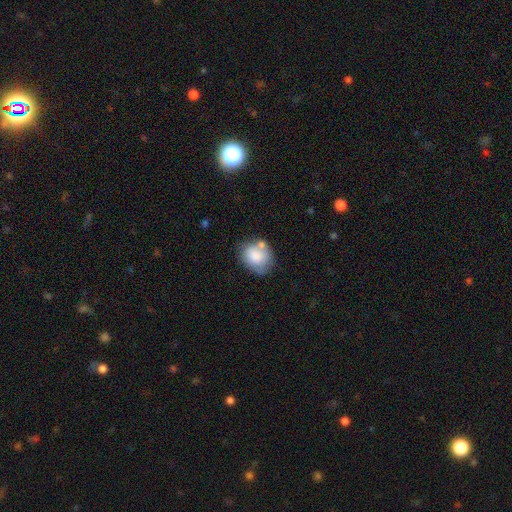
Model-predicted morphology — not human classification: Smooth or featured?
  - smooth: 80% *
  - featured or disk: 12%
  - star or artifact: 8%
How rounded?
  - round: 55% *
  - in between: 44%
  - cigar-shaped: 1%
Merging?
  - none: 54% *
  - minor disturbance: 21%
  - merger: 18%
  - major disturbance: 7%